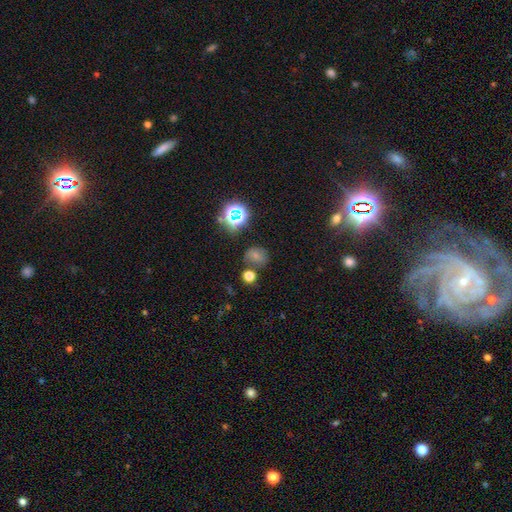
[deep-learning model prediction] This is possibly a smooth galaxy (60%). How rounded: likely round (64%). Merging: likely none (64%).